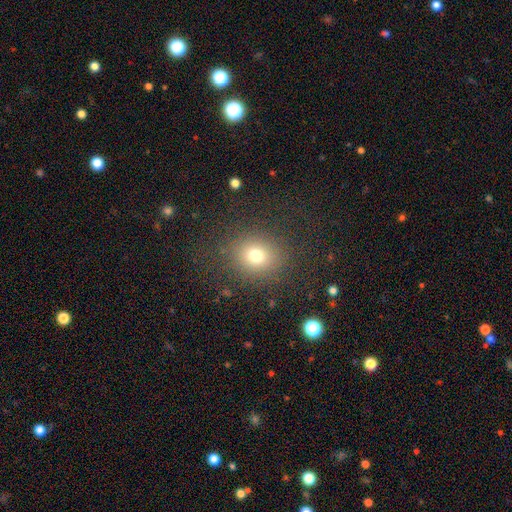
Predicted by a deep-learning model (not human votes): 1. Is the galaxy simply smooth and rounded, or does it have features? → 74% smooth, 17% star or artifact, 9% featured or disk.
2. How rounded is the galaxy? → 72% round, 26% in between, 1% cigar-shaped.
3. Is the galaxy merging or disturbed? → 84% none, 9% minor disturbance, 6% major disturbance, 2% merger.